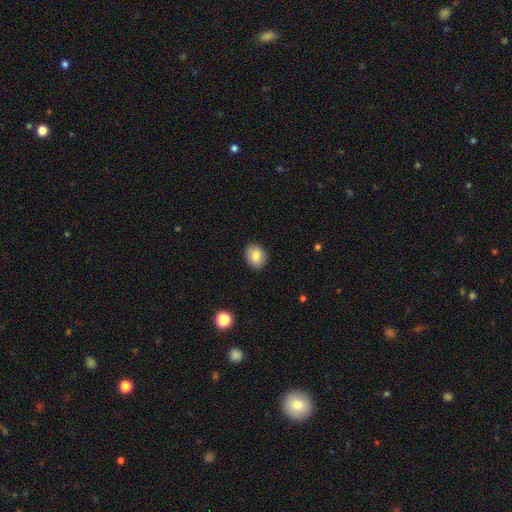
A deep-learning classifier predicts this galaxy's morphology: This appears to be a smooth galaxy with no disk features (82%) that is round (57%). Merging: none (90%).